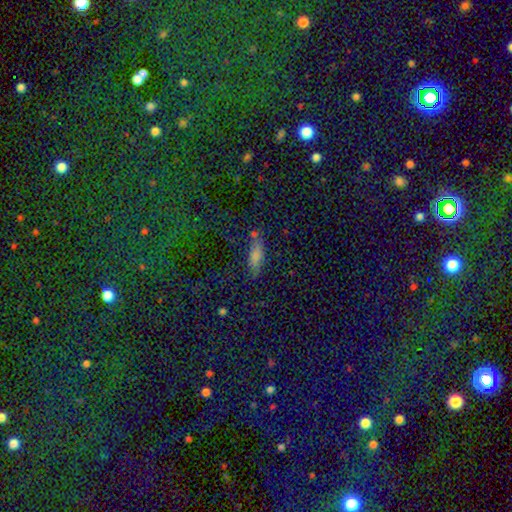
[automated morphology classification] A smooth galaxy with no disk features (74%) that is in between round and cigar-shaped (61%). Merging: none (66%).